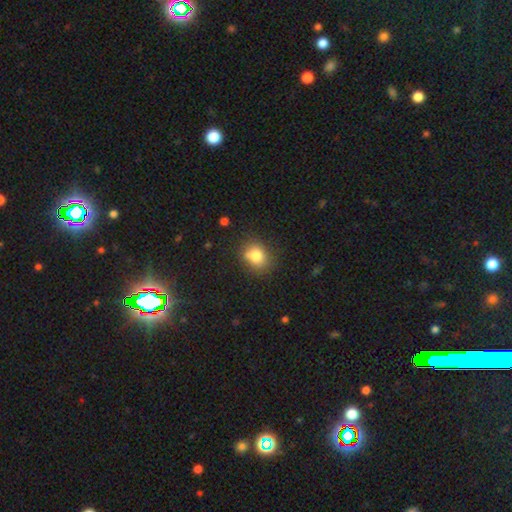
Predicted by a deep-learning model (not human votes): A smooth galaxy with no disk features (79%) that is round (62%).

Vote fractions:
- Smooth or featured? smooth: 79% / star or artifact: 11% / featured or disk: 10%
- How rounded? round: 62% / in between: 37% / cigar-shaped: 1%
- Merging? none: 74% / minor disturbance: 15% / merger: 7% / major disturbance: 4%